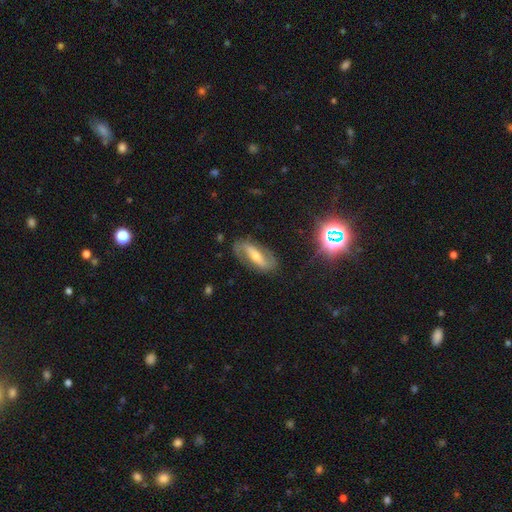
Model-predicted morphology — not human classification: Smooth or featured? featured or disk (76%)
Edge-on disk? no (89%)
Bar? strong (53%)
Spiral arms? yes (90%)
Spiral winding? loose (42%)
Spiral arm count? 2 (89%)
Bulge size? moderate (48%)
Merging? none (80%)